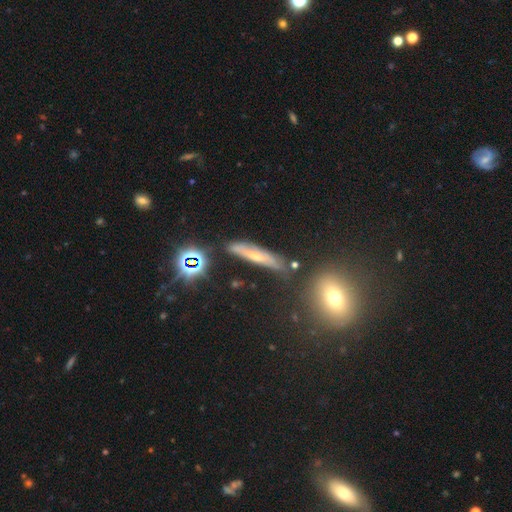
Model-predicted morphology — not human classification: type=featured or disk (46%); merging=none (73%).